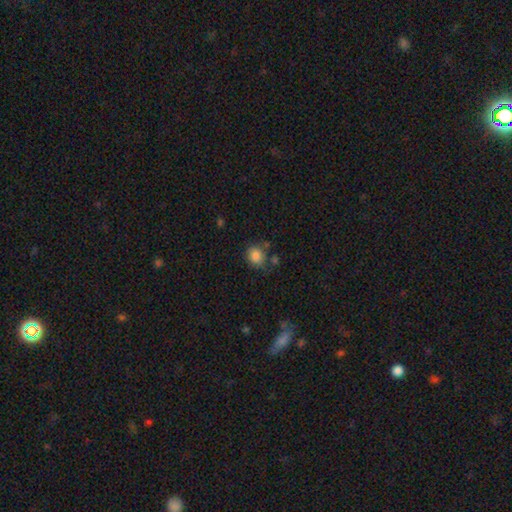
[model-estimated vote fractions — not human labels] Morphology: type=smooth (85%); roundness=round (72%); merging=none (68%).